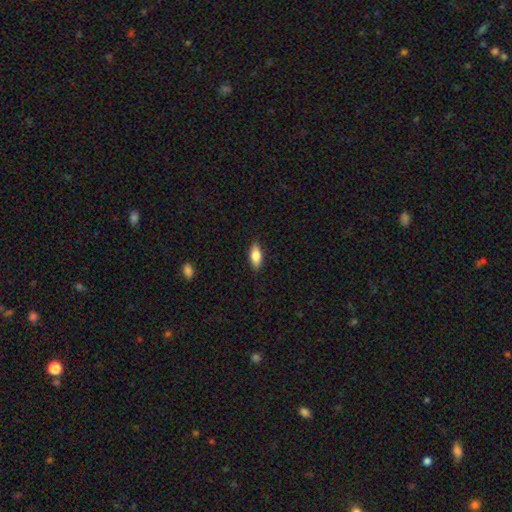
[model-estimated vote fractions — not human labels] This appears to be a smooth galaxy with no disk features (75%) that is in between round and cigar-shaped (79%). Merging: none (86%).